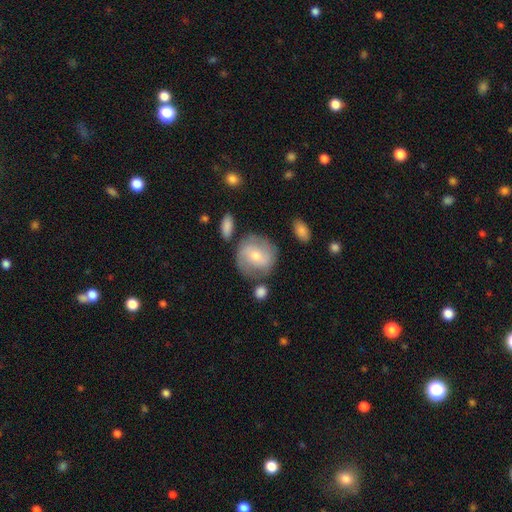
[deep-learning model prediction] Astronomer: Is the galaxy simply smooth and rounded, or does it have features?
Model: featured or disk — 49% (runner-up: smooth, 44%).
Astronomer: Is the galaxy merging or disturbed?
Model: none — 70%.